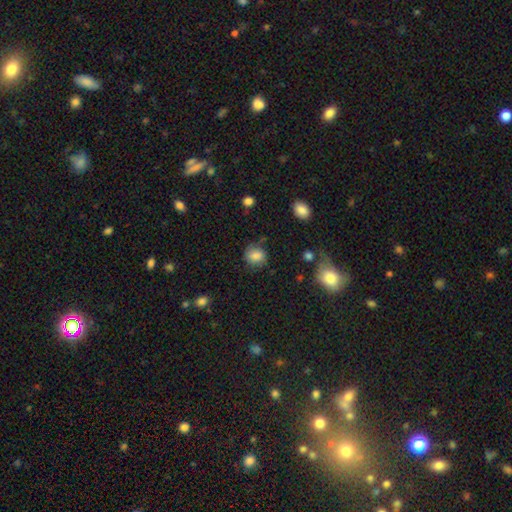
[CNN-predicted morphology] A smooth galaxy with no disk features (79%) that is round (72%). Merging: none (69%).